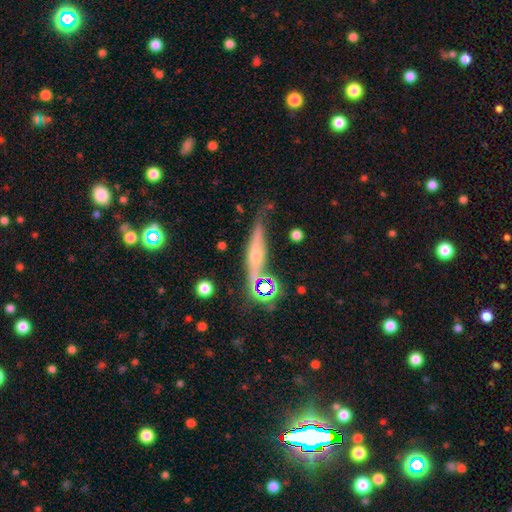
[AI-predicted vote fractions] A featured or disk galaxy (58%) viewed edge-on (91%) with a rounded central bulge (82%). Merging: none (70%).